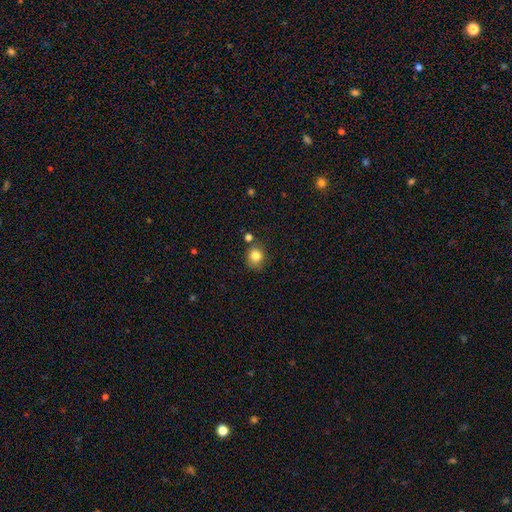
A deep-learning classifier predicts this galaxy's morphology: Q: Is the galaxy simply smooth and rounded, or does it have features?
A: smooth — 82%.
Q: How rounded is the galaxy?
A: round — 73%.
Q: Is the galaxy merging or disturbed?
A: none — 73%.